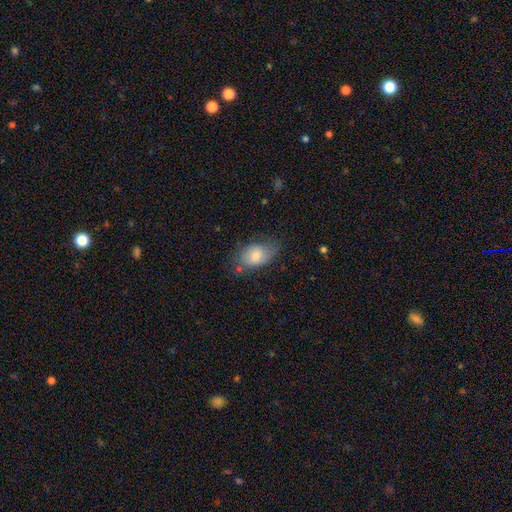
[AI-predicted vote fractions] This appears to be a smooth galaxy with no disk features (76%) that is in between round and cigar-shaped (88%). Merging: none (58%).